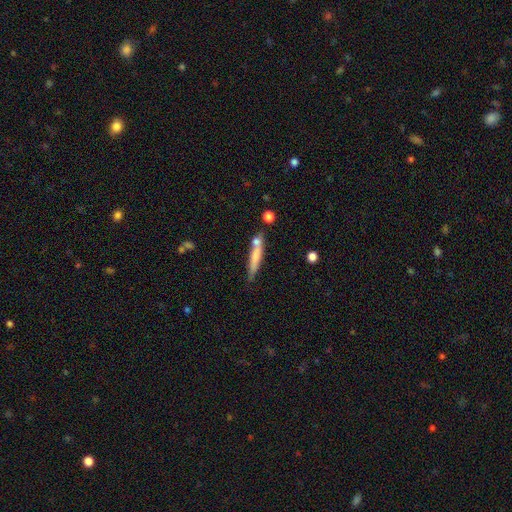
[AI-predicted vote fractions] Smooth or featured: smooth — 65% (featured or disk — 28%)
How rounded: cigar-shaped — 91% (in between — 7%)
Merging: none — 63% (minor disturbance — 17%)